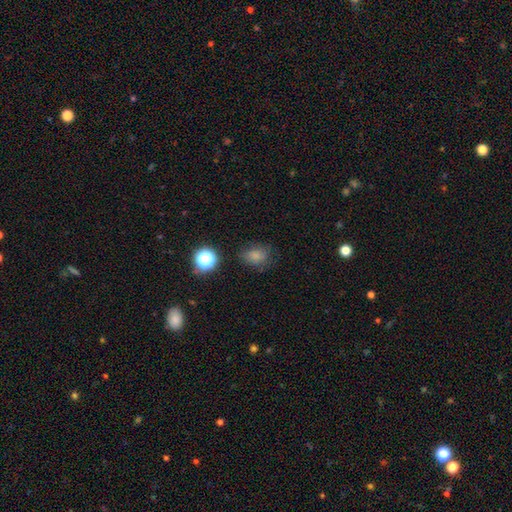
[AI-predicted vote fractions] This is likely a smooth galaxy (78%). How rounded: possibly in between (55%). Merging: likely none (70%).